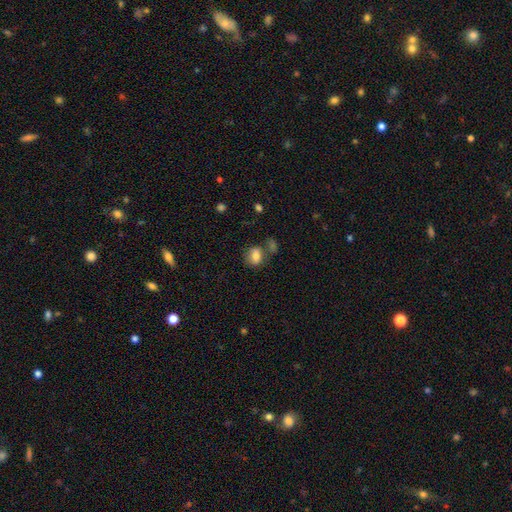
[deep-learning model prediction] smooth_or_featured: smooth (p=0.79) [alt: featured or disk p=0.11]
how_rounded: in between (p=0.64) [alt: round p=0.34]
merging: none (p=0.56) [alt: merger p=0.20]